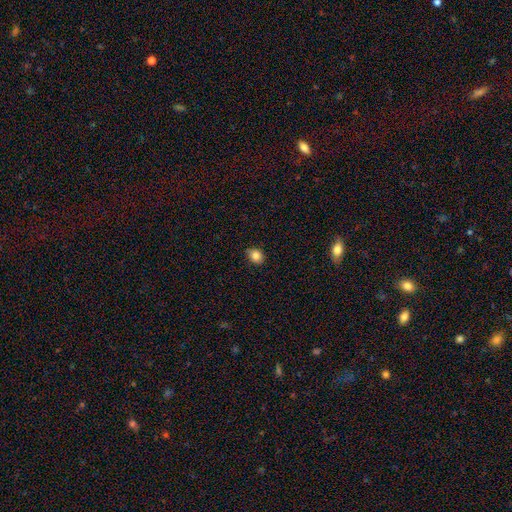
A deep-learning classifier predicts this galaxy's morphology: Smooth or featured: smooth — 84% (star or artifact — 11%)
How rounded: round — 58% (in between — 41%)
Merging: none — 83% (minor disturbance — 13%)